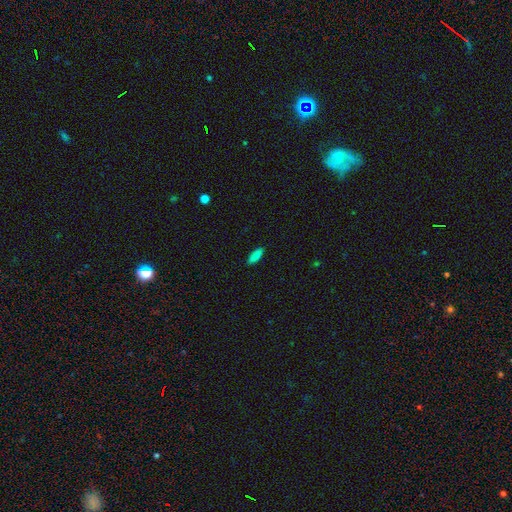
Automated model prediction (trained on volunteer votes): Morphology: type=smooth (86%); roundness=in between (63%); merging=none (89%).